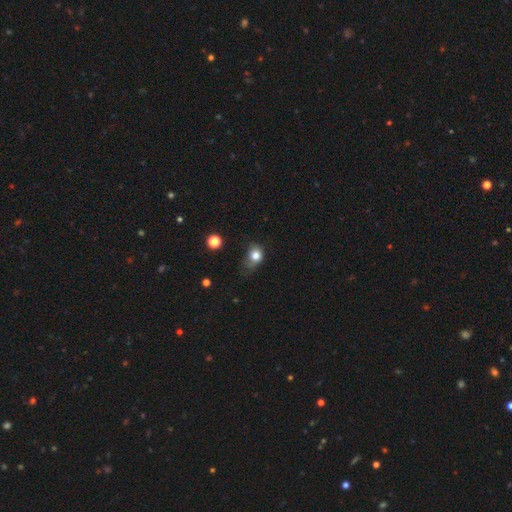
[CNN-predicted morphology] Smooth or featured: smooth — 80% (star or artifact — 11%)
How rounded: round — 59% (in between — 40%)
Merging: minor disturbance — 39% (none — 36%)